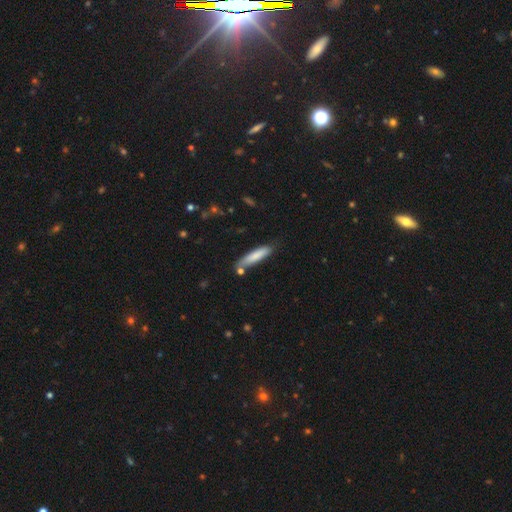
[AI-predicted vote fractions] Smooth or featured? smooth (80%)
How rounded? cigar-shaped (81%)
Merging? none (72%)